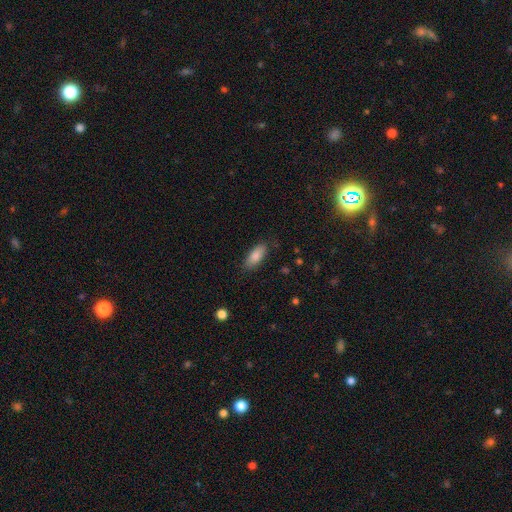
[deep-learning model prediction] Smooth or featured?
  - smooth: 85% *
  - featured or disk: 9%
  - star or artifact: 7%
How rounded?
  - in between: 78% *
  - cigar-shaped: 20%
  - round: 2%
Merging?
  - none: 83% *
  - minor disturbance: 12%
  - major disturbance: 3%
  - merger: 1%